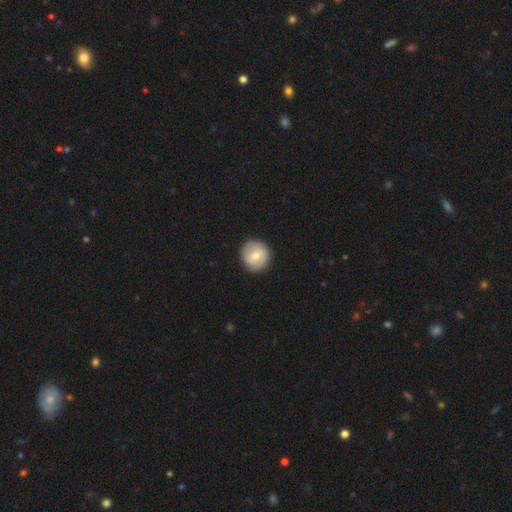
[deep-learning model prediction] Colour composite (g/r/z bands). It shows a smooth galaxy with no disk features (62%) that is round (92%). Merging: none (88%).